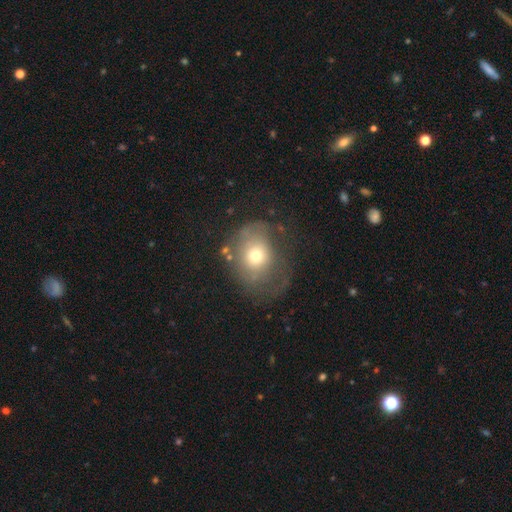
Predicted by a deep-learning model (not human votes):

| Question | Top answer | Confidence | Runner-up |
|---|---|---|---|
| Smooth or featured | smooth | 59% | featured or disk (29%) |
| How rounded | round | 55% | in between (44%) |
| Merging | none | 39% | major disturbance (32%) |